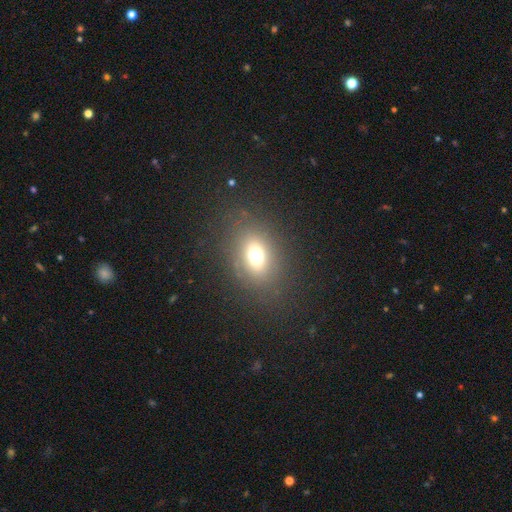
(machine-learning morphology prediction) Q: Smooth or featured?
A: smooth (66%); runner-up: star or artifact (18%)
Q: How rounded?
A: in between (64%); runner-up: round (34%)
Q: Merging?
A: none (80%); runner-up: minor disturbance (11%)